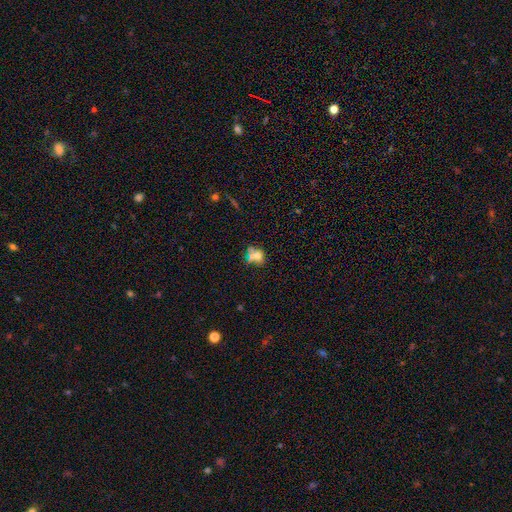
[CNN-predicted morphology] The model was most divided on "merging": none: 45%, merger: 35%, minor disturbance: 12%, major disturbance: 8%. More confident: how rounded — round (63%); smooth or featured — smooth (59%).